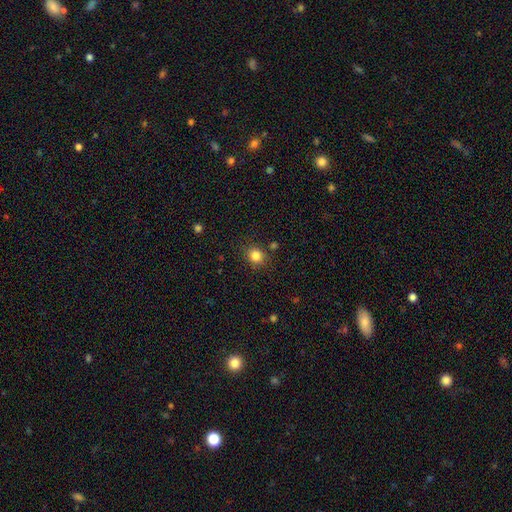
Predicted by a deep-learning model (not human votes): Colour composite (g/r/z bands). It shows a smooth galaxy with no disk features (83%) that is round (68%). Merging: none (83%).